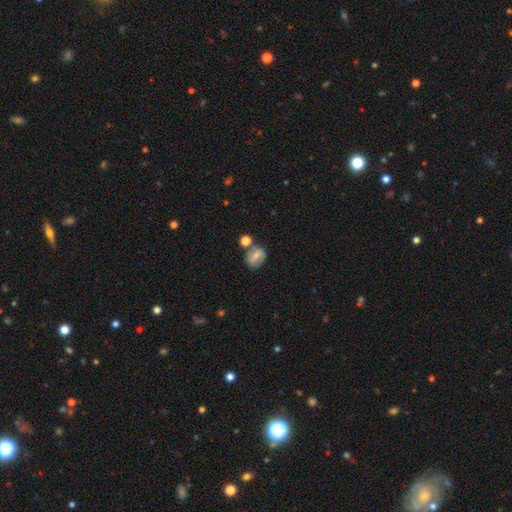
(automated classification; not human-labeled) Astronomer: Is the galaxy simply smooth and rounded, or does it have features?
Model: smooth — 58%.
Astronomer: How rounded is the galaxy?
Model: in between — 50% (runner-up: round, 48%).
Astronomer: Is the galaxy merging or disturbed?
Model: none — 56%.